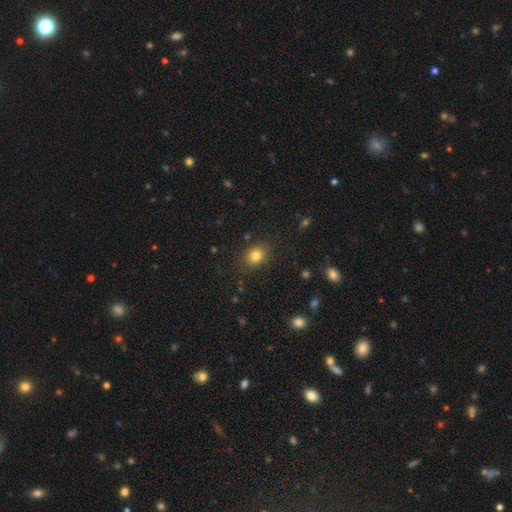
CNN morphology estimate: This appears to be a smooth galaxy with no disk features (81%) that is round (65%). Merging: none (85%).